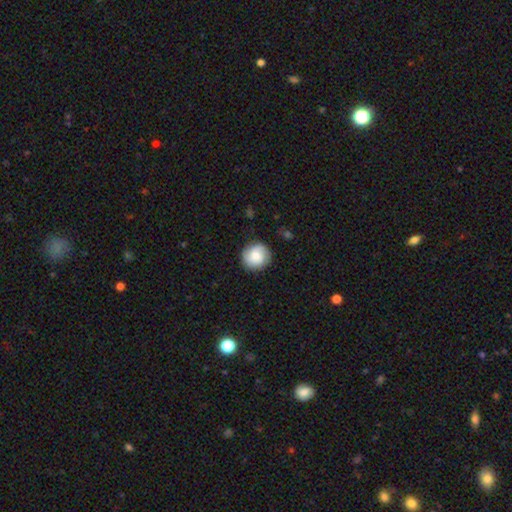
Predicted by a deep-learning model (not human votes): Overall: smooth (58%; featured or disk 34%). How rounded: round (90%). Merging: none (85%).